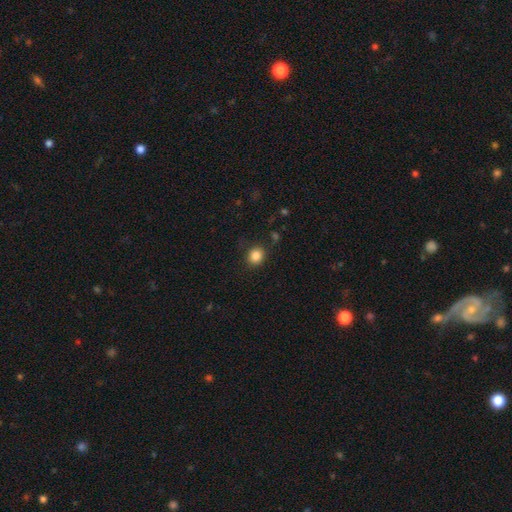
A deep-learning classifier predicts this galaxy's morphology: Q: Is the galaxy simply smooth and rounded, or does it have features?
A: smooth — 85%.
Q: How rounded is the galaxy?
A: round — 78%.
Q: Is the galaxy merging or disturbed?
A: none — 86%.